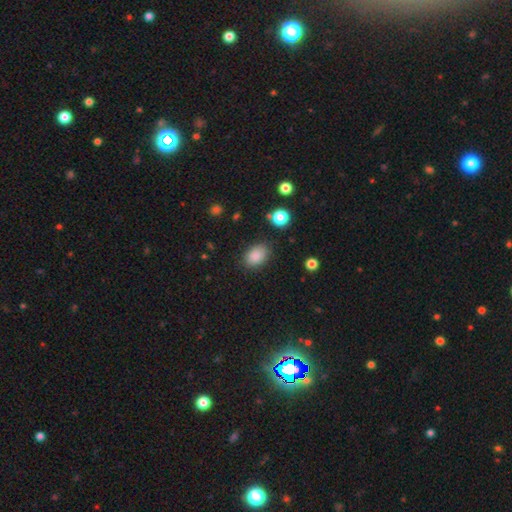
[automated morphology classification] The model was most divided on "how rounded": in between: 78%, round: 21%, cigar-shaped: 1%. More confident: smooth or featured — smooth (86%); merging — none (81%).